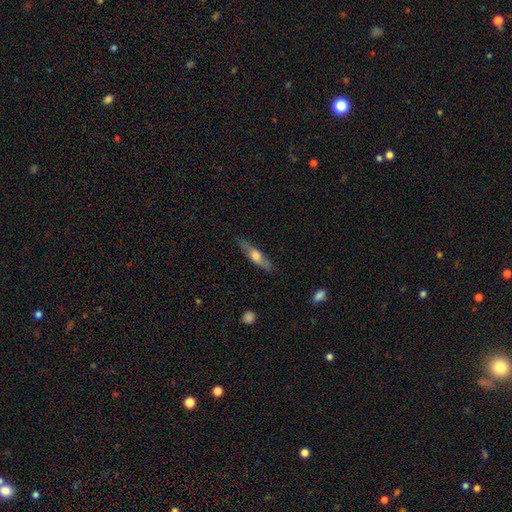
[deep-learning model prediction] smooth_or_featured: smooth (p=0.51) [alt: featured or disk p=0.43]
how_rounded: cigar-shaped (p=0.75) [alt: in between p=0.23]
merging: none (p=0.82) [alt: minor disturbance p=0.13]